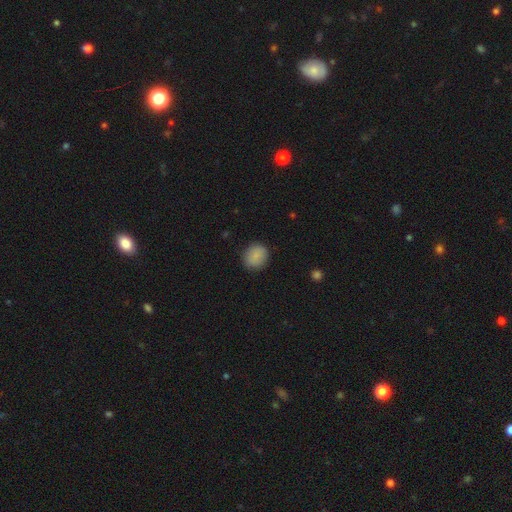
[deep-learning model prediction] This appears to be a smooth galaxy with no disk features (87%) that is round (78%). Merging: none (86%).